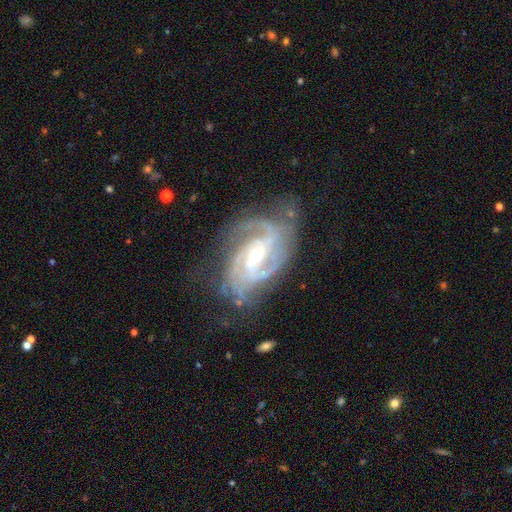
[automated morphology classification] A featured or disk galaxy (92%) with a weak bar (48%), 3 (37%) tight (52%) spiral arms (98%) and a small central bulge (52%).

Vote fractions:
- Smooth or featured? featured or disk: 92% / star or artifact: 5% / smooth: 3%
- Edge-on disk? no: 97% / yes: 3%
- Bar? weak: 48% / no: 30% / strong: 22%
- Spiral arms? yes: 98% / no: 2%
- Spiral winding? tight: 52% / medium: 41% / loose: 7%
- Spiral arm count? 3: 37% / 2: 28% / 4: 14% / can't tell: 12% / more than 4: 5% / 1: 5%
- Bulge size? small: 52% / moderate: 45% / large: 2% / none: 1% / dominant: 1%
- Merging? none: 66% / minor disturbance: 22% / major disturbance: 10% / merger: 2%